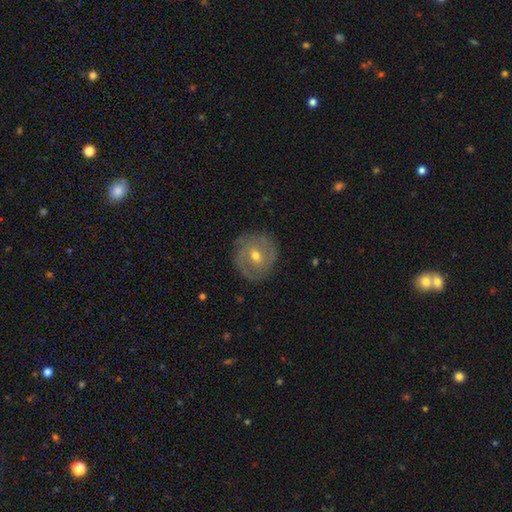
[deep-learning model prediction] This appears to be a featured or disk galaxy (73%) with no bar (46%), 2 (43%) tight (56%) spiral arms (85%) and a moderate central bulge (63%). Merging: none (81%).